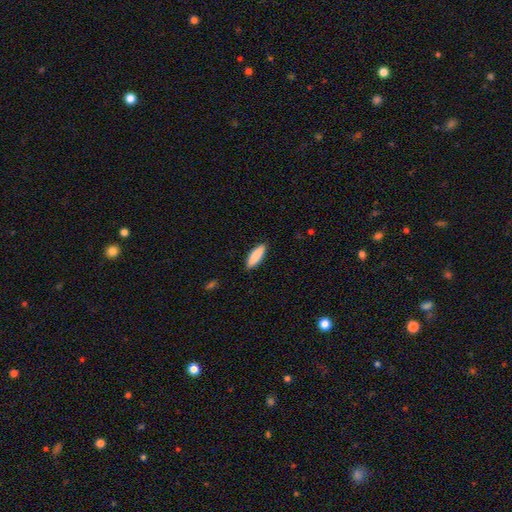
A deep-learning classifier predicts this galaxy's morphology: A smooth galaxy with no disk features (88%) that is in between round and cigar-shaped (50%).

Vote fractions:
- Smooth or featured? smooth: 88% / featured or disk: 7% / star or artifact: 5%
- How rounded? in between: 50% / cigar-shaped: 49% / round: 2%
- Merging? none: 89% / minor disturbance: 8% / major disturbance: 2% / merger: 1%